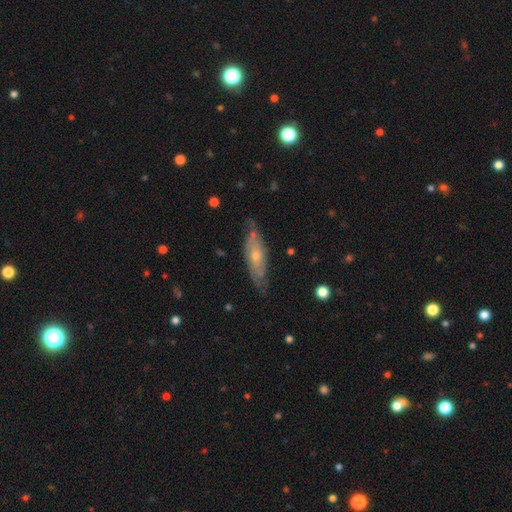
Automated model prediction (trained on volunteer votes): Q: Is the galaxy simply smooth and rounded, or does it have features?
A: featured or disk — 62%.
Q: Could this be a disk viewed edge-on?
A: no — 61%.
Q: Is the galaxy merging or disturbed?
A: none — 72%.